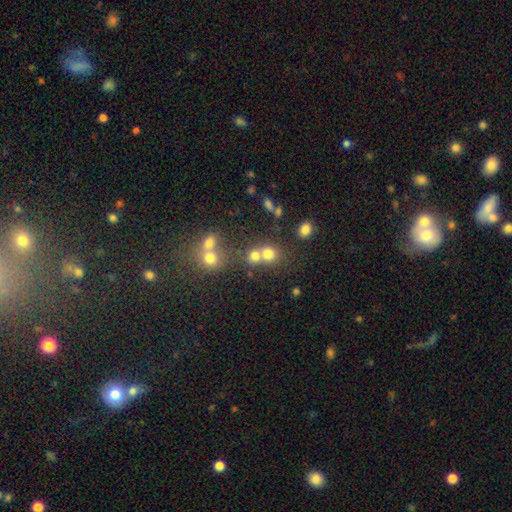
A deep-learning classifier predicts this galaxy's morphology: Smooth or featured?
  - smooth: 69% *
  - star or artifact: 18%
  - featured or disk: 12%
How rounded?
  - round: 82% *
  - in between: 17%
  - cigar-shaped: 1%
Merging?
  - merger: 45% *
  - none: 43%
  - minor disturbance: 7%
  - major disturbance: 4%